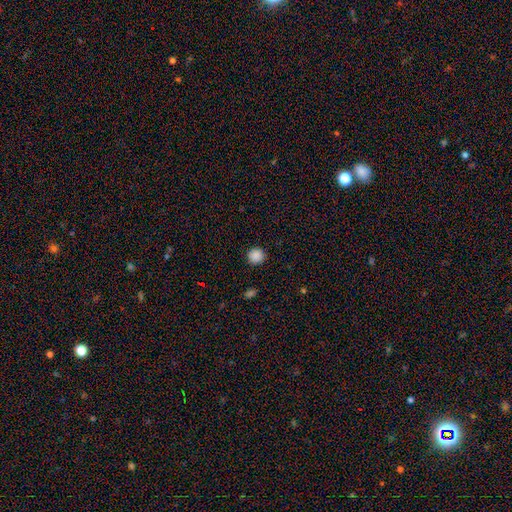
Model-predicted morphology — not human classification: A smooth galaxy with no disk features (87%) that is round (93%).

Vote fractions:
- Smooth or featured? smooth: 87% / star or artifact: 10% / featured or disk: 3%
- How rounded? round: 93% / in between: 6% / cigar-shaped: 1%
- Merging? none: 91% / minor disturbance: 6% / major disturbance: 2% / merger: 1%